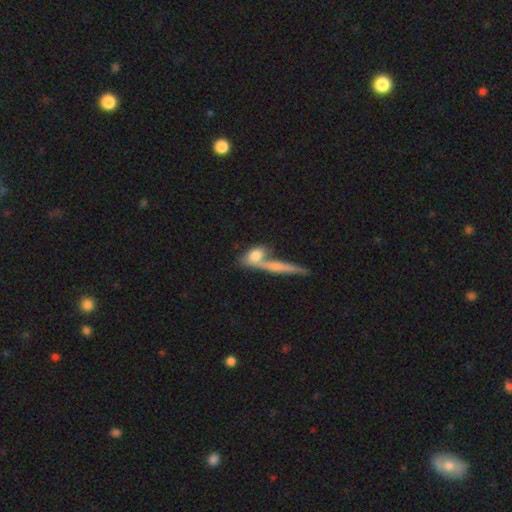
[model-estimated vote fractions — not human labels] smooth_or_featured: smooth (p=0.68) [alt: featured or disk p=0.24]
how_rounded: in between (p=0.58) [alt: cigar-shaped p=0.25]
merging: merger (p=0.45) [alt: none p=0.38]